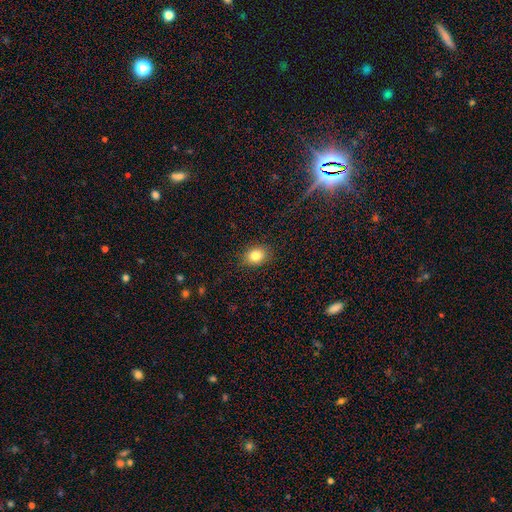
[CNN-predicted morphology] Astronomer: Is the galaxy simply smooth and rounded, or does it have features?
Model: smooth — 82%.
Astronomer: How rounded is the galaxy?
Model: in between — 54% (runner-up: round, 45%).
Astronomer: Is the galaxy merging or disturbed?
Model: none — 87%.